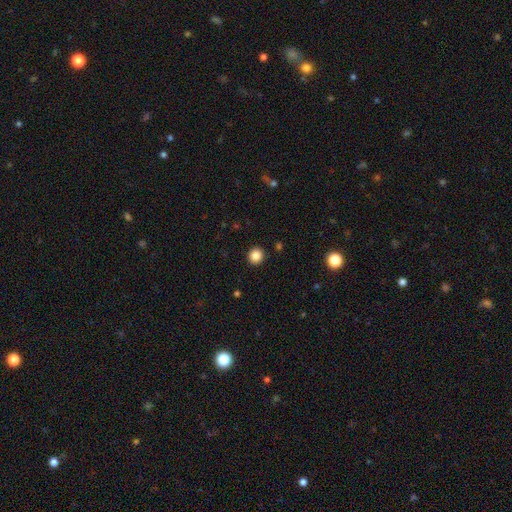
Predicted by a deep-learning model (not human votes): smooth-or-featured: smooth: 86% | star or artifact: 11% | featured or disk: 4%
  how-rounded: round: 92% | in between: 8% | cigar-shaped: 1%
  merging: none: 93% | minor disturbance: 5% | major disturbance: 2% | merger: 1%